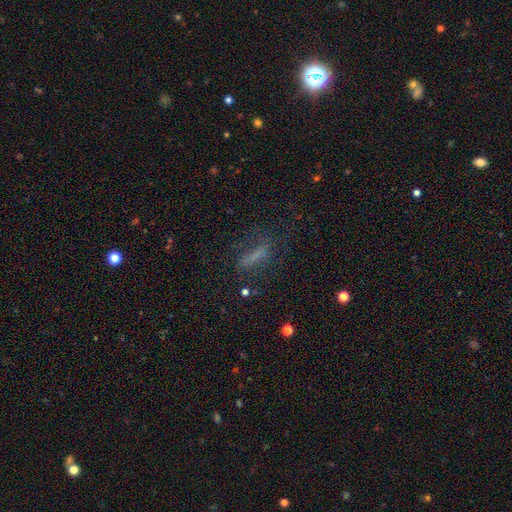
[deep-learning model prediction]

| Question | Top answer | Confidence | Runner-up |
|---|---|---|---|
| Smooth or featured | smooth | 51% | featured or disk (28%) |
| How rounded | cigar-shaped | 73% | in between (23%) |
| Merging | none | 59% | major disturbance (19%) |